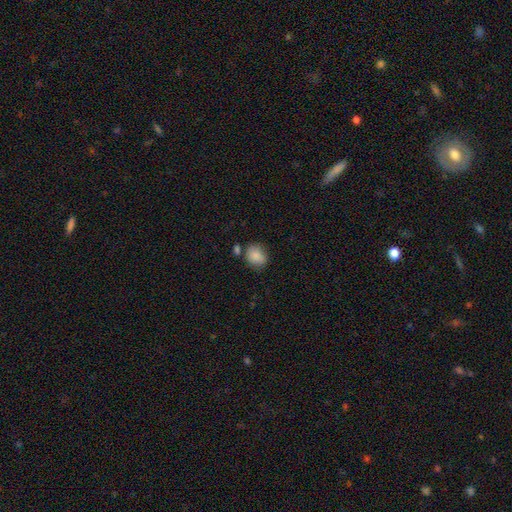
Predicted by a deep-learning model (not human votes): A smooth galaxy with no disk features (87%) that is round (59%). Merging: none (71%).